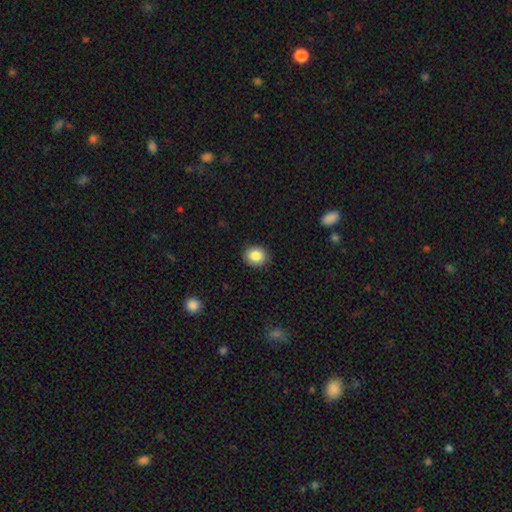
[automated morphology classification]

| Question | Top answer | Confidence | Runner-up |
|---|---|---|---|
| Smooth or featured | smooth | 86% | star or artifact (9%) |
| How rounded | round | 73% | in between (26%) |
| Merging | none | 89% | minor disturbance (8%) |